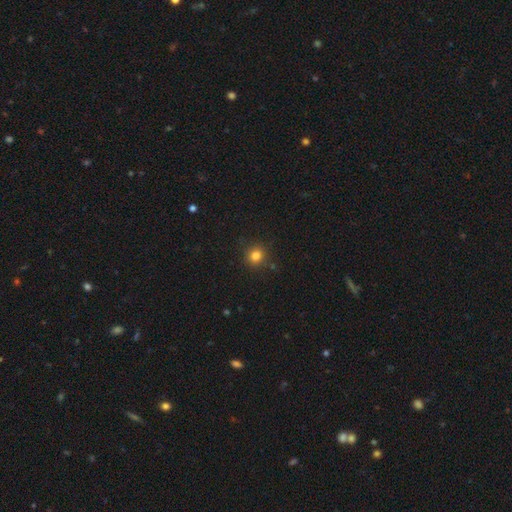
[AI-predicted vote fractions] A smooth galaxy with no disk features (82%) that is round (90%). Merging: none (88%).